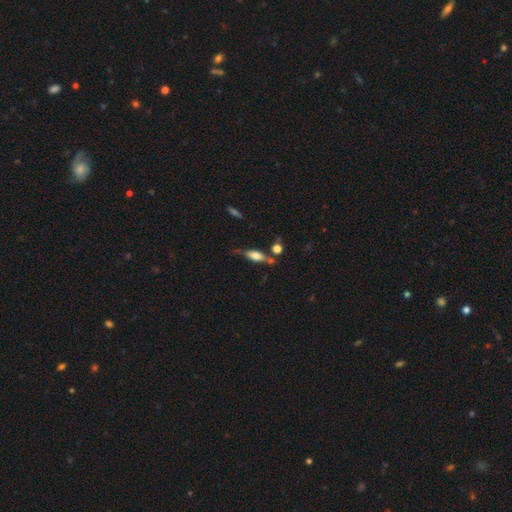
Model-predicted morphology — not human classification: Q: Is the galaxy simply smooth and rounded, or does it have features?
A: featured or disk — 47%.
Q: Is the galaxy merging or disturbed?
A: none — 60%.